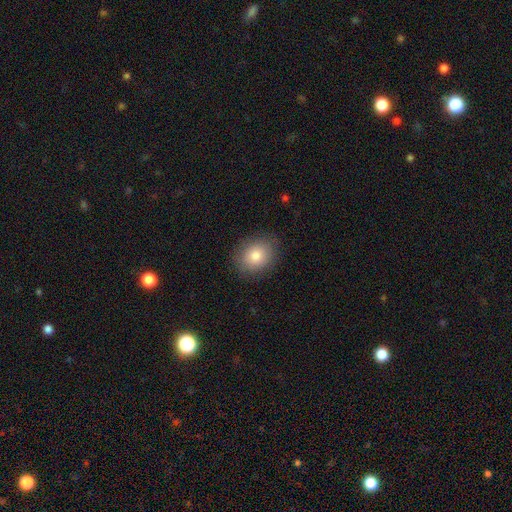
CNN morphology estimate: Smooth or featured? Predicted: smooth (p=0.81). How rounded? Predicted: round (p=0.54). Merging? Predicted: none (p=0.86).